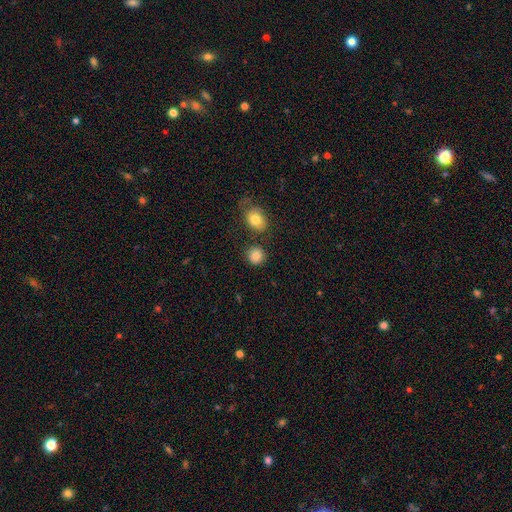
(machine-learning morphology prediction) Smooth or featured? smooth (86%)
How rounded? round (85%)
Merging? none (79%)